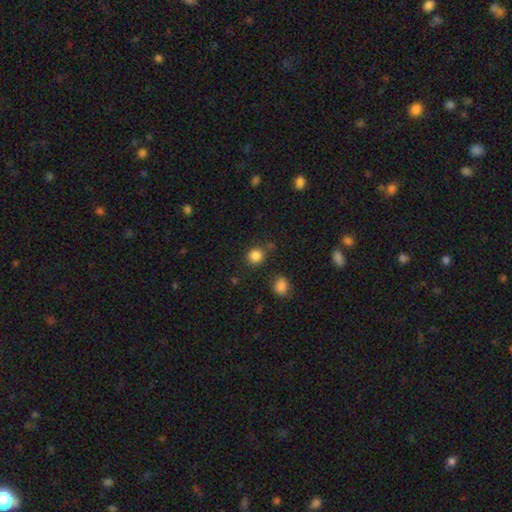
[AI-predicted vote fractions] smooth-or-featured: smooth: 84% | star or artifact: 12% | featured or disk: 4%
  how-rounded: round: 88% | in between: 11% | cigar-shaped: 1%
  merging: none: 80% | minor disturbance: 10% | merger: 6% | major disturbance: 4%